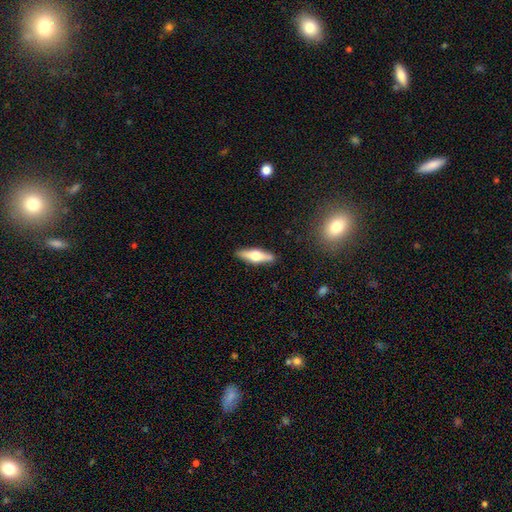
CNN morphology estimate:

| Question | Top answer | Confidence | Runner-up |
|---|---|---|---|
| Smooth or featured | featured or disk | 52% | smooth (42%) |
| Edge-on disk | yes | 93% | no (7%) |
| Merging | none | 87% | minor disturbance (9%) |